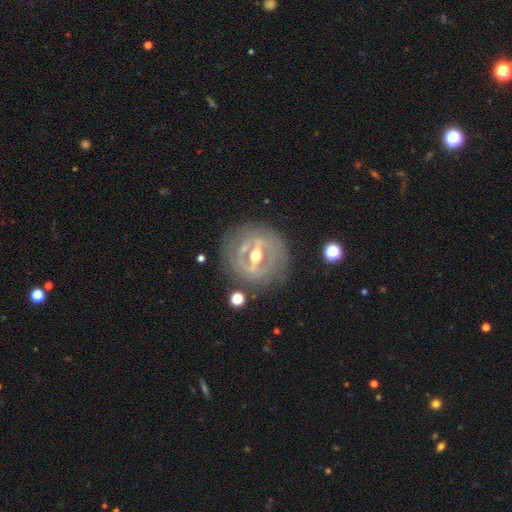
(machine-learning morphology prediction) smooth-or-featured: featured or disk: 85% | smooth: 9% | star or artifact: 6%
  disk-edge-on: no: 85% | yes: 15%
    bar: strong: 74% | weak: 18% | no: 8%
    has-spiral-arms: yes: 51% | no: 49%
    bulge-size: moderate: 75% | small: 17% | large: 7% | dominant: 1% | none: 1%
  merging: none: 78% | minor disturbance: 13% | major disturbance: 7% | merger: 2%